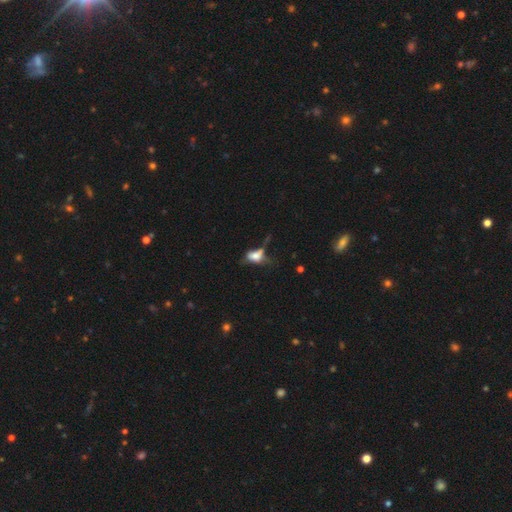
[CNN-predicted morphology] Smooth or featured? Predicted: smooth (p=0.59). How rounded? Predicted: in between (p=0.79). Merging? Predicted: major disturbance (p=0.35).